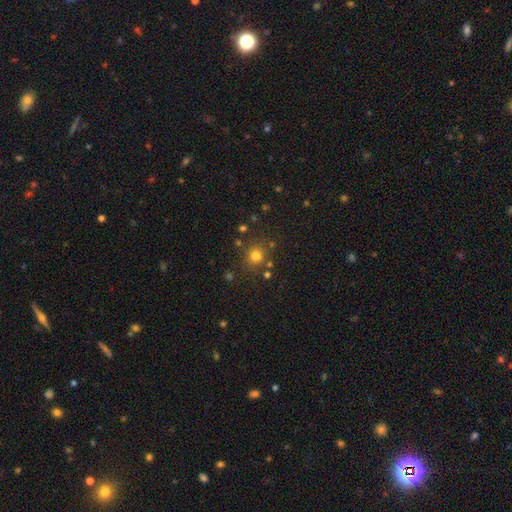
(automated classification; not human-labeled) This appears to be a smooth galaxy with no disk features (76%) that is round (86%). Merging: none (79%).